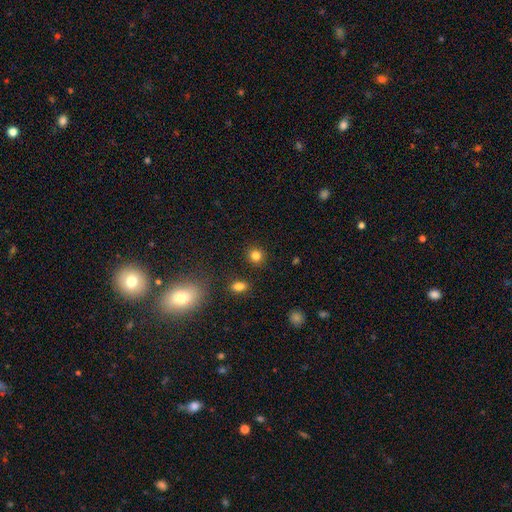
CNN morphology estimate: Smooth or featured? smooth (82%)
How rounded? round (87%)
Merging? none (89%)